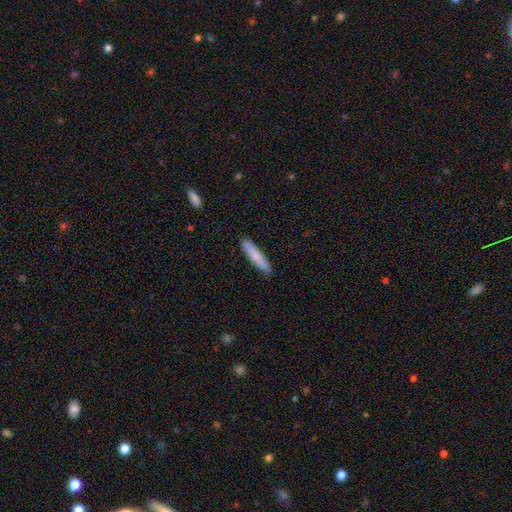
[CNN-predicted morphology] Smooth or featured: smooth — 80% (featured or disk — 15%)
How rounded: cigar-shaped — 91% (in between — 8%)
Merging: none — 91% (minor disturbance — 7%)